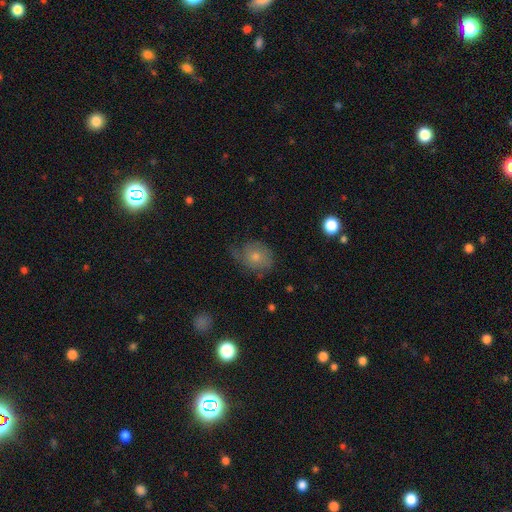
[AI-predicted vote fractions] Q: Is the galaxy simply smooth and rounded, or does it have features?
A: featured or disk — 44%.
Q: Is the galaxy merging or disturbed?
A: none — 62%.